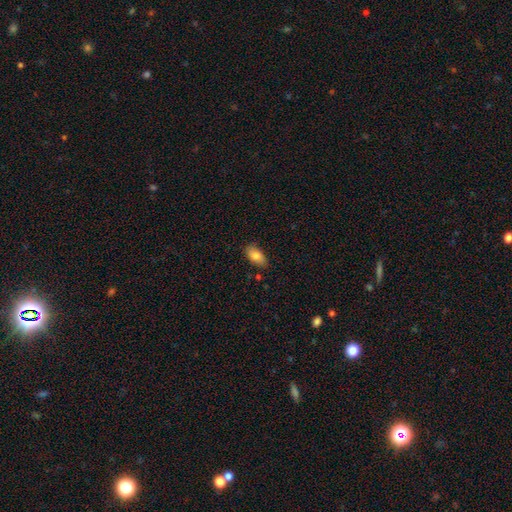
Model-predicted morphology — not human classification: Overall: smooth (84%). How rounded: in between (93%). Merging: none (80%).